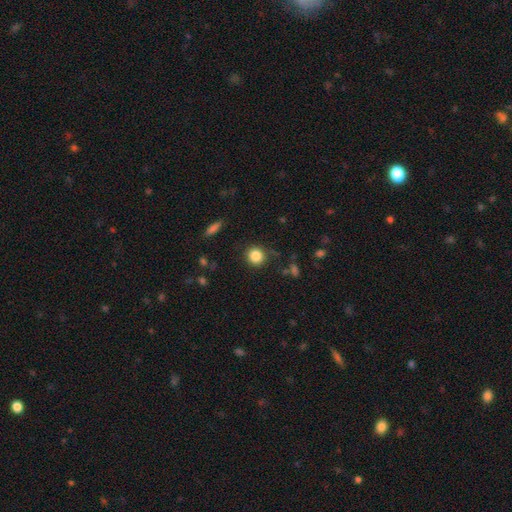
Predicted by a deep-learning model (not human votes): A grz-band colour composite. It shows a smooth galaxy with no disk features (85%) that is round (90%). Merging: none (84%).